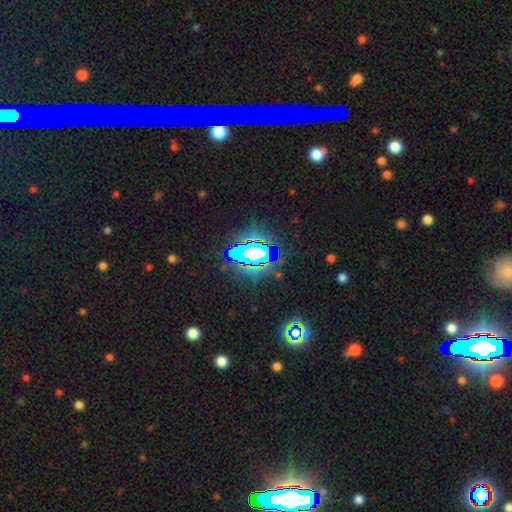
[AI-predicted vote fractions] This appears to be a star or artifact, not a galaxy (67%).